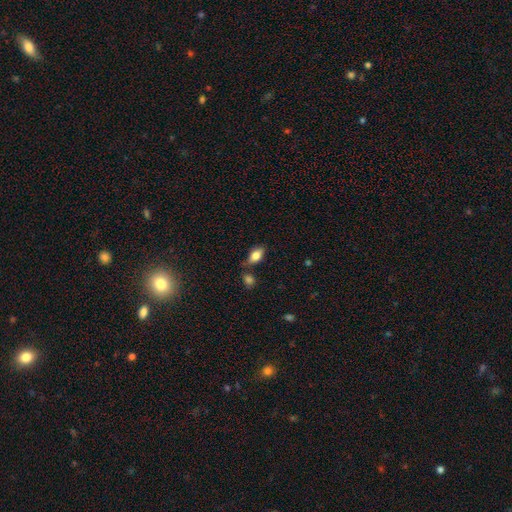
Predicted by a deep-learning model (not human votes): This is likely a smooth galaxy (78%). How rounded: clearly in between (87%). Merging: likely none (69%).